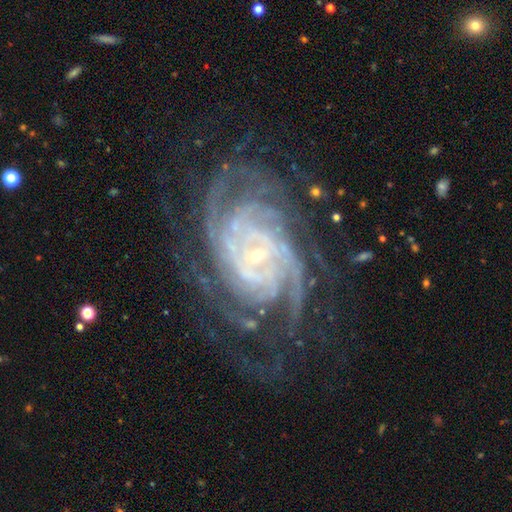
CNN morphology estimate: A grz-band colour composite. It shows a featured or disk galaxy (91%) with no bar (46%), 4 (28%) tight (73%) spiral arms (98%) and a small central bulge (81%). Merging: none (70%).